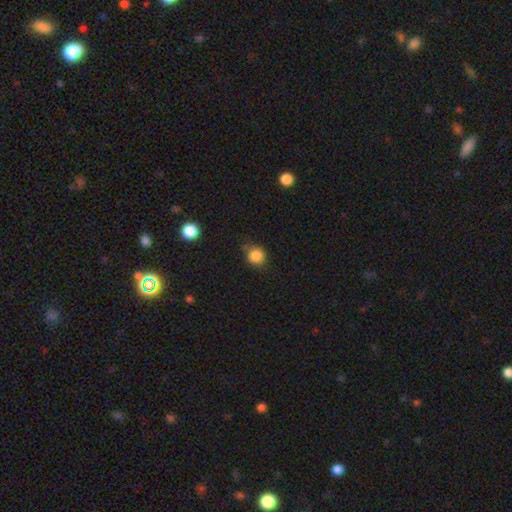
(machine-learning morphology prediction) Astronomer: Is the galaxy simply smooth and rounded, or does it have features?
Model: smooth — 85%.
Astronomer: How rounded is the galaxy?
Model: round — 83%.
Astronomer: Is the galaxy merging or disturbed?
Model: none — 68%.